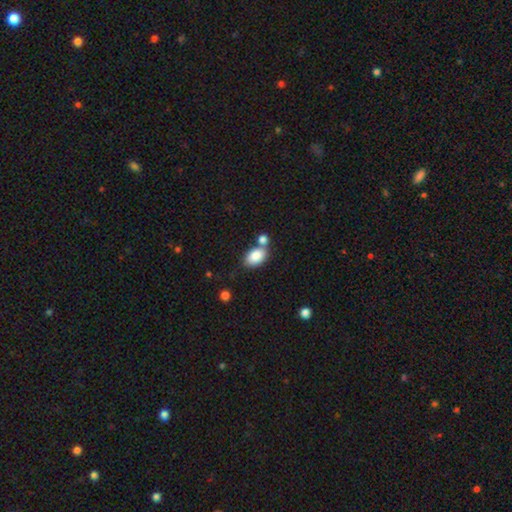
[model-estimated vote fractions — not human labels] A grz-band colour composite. It shows a smooth galaxy with no disk features (85%) that is in between round and cigar-shaped (88%). Merging: none (57%).